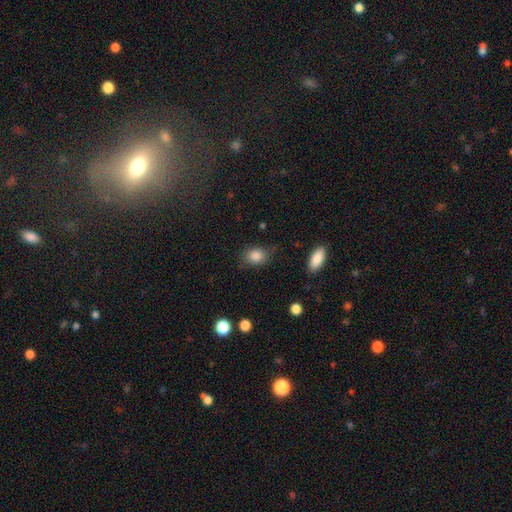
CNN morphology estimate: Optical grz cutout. It shows a smooth galaxy with no disk features (86%) that is in between round and cigar-shaped (62%). Merging: none (75%).